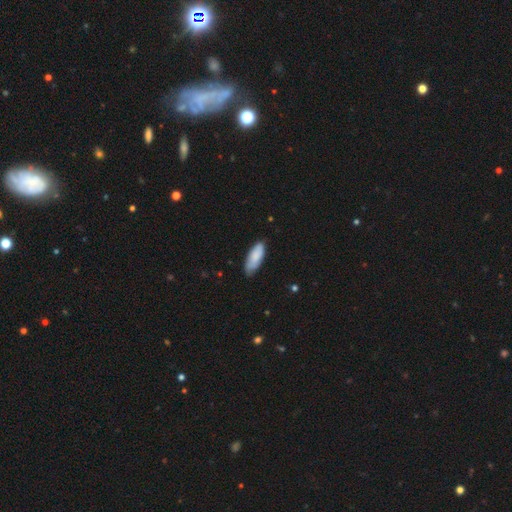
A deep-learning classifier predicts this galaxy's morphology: Q: Smooth or featured?
A: smooth (84%); runner-up: featured or disk (10%)
Q: How rounded?
A: in between (74%); runner-up: cigar-shaped (25%)
Q: Merging?
A: none (74%); runner-up: minor disturbance (22%)